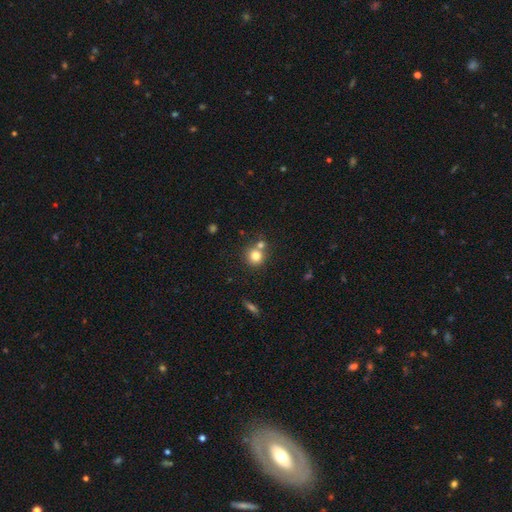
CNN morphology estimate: This appears to be a smooth galaxy with no disk features (78%) that is round (90%). Merging: none (60%).